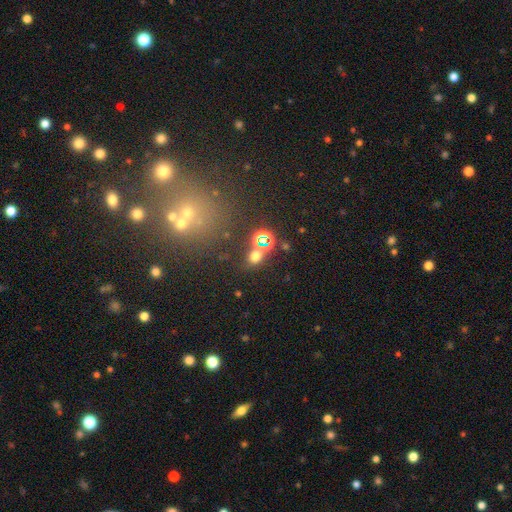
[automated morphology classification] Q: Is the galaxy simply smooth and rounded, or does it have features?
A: smooth — 59%.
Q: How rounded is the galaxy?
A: round — 61%.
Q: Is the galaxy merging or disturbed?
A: none — 66%.